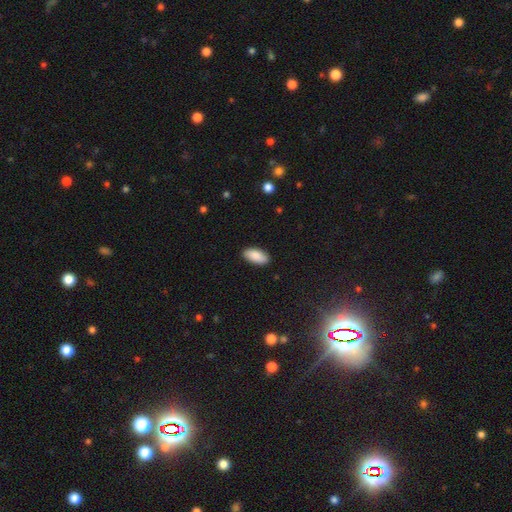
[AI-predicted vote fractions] smooth 88%, star or artifact 6%, featured or disk 6%. Down the decision tree: how rounded — in between (92%); merging — none (89%).